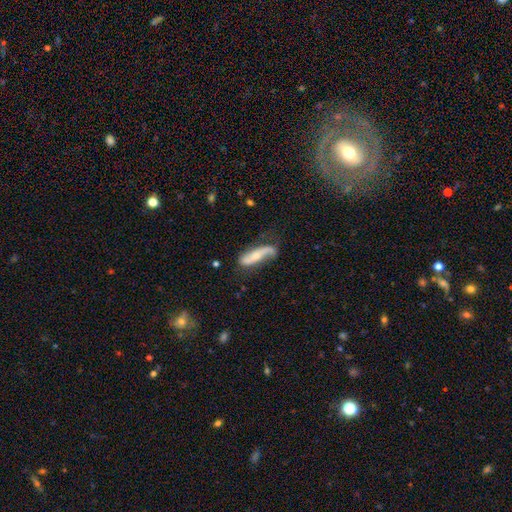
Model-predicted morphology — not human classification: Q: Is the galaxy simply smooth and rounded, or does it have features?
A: featured or disk — 63%.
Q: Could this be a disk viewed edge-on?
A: no — 75%.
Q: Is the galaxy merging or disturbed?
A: none — 56%.